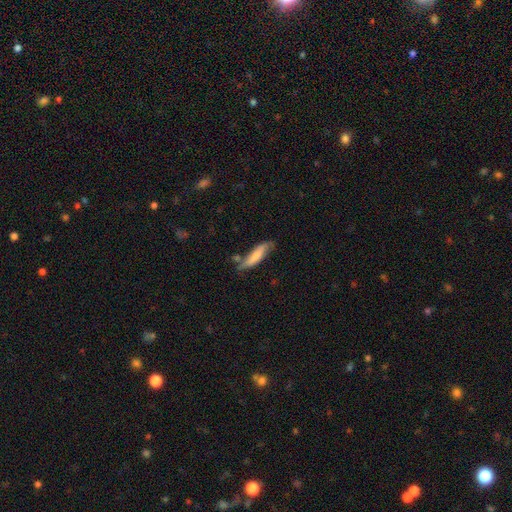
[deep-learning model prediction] Smooth or featured?
  - smooth: 68% *
  - featured or disk: 26%
  - star or artifact: 6%
How rounded?
  - cigar-shaped: 70% *
  - in between: 28%
  - round: 2%
Merging?
  - none: 55% *
  - minor disturbance: 28%
  - merger: 9%
  - major disturbance: 8%